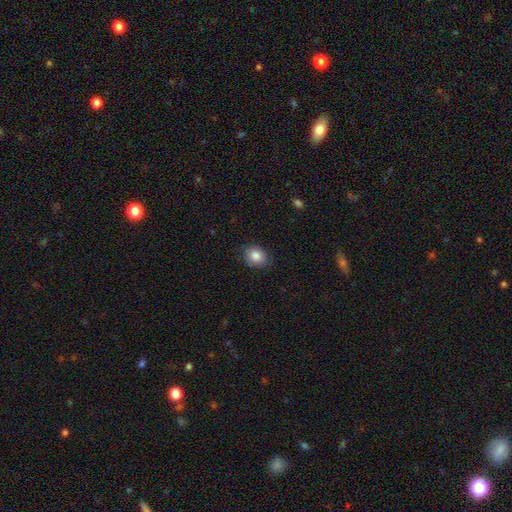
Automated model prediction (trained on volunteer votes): smooth_or_featured: smooth (p=0.85) [alt: star or artifact p=0.09]
how_rounded: round (p=0.51) [alt: in between p=0.48]
merging: none (p=0.80) [alt: minor disturbance p=0.15]